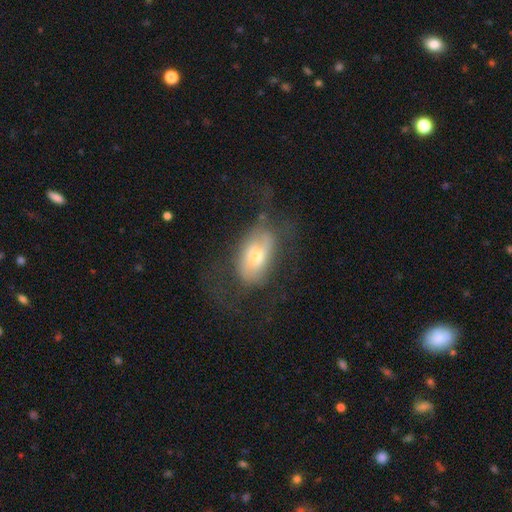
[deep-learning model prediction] Overall: featured or disk (48%; smooth 41%). Merging: none (50%; major disturbance 28%).